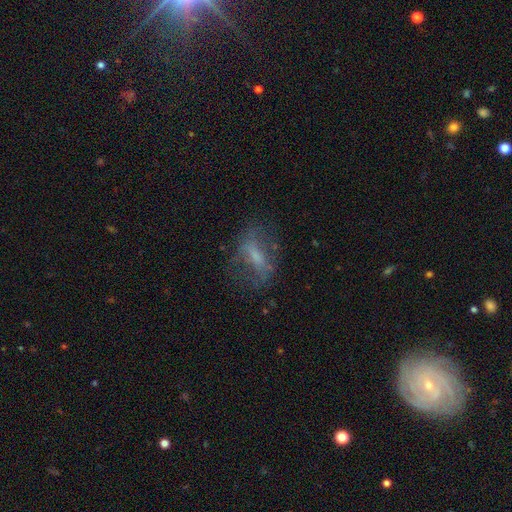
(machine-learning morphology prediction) type=featured or disk (47%); merging=none (58%).